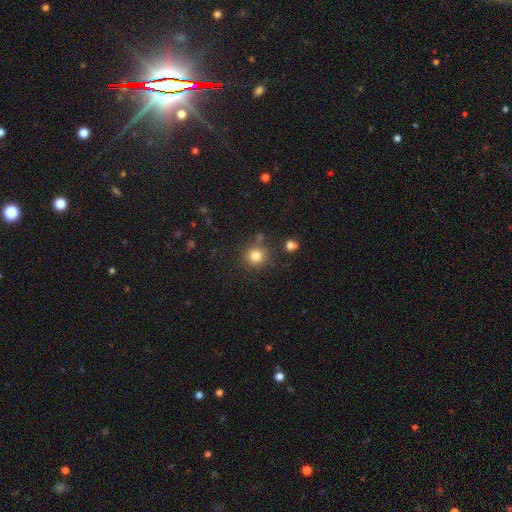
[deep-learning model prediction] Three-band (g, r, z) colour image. It shows a smooth galaxy with no disk features (82%) that is round (92%). Merging: none (81%).